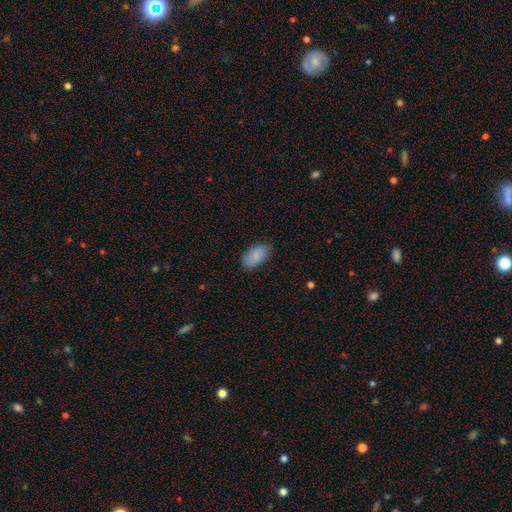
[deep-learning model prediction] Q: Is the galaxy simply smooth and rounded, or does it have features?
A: smooth — 88%.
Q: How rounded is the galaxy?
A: in between — 94%.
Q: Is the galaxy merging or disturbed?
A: none — 82%.